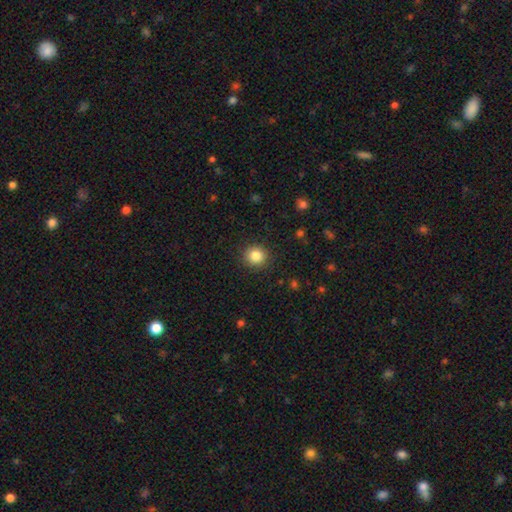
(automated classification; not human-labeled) This appears to be a smooth galaxy with no disk features (84%) that is round (91%). Merging: none (90%).